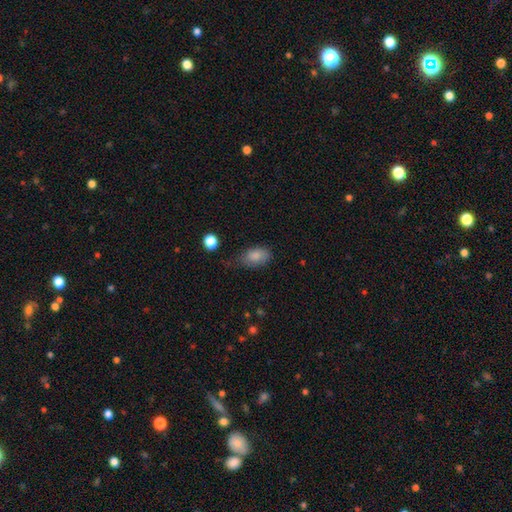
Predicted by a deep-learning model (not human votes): This is clearly a smooth galaxy (83%). How rounded: clearly in between (88%). Merging: possibly none (54%).